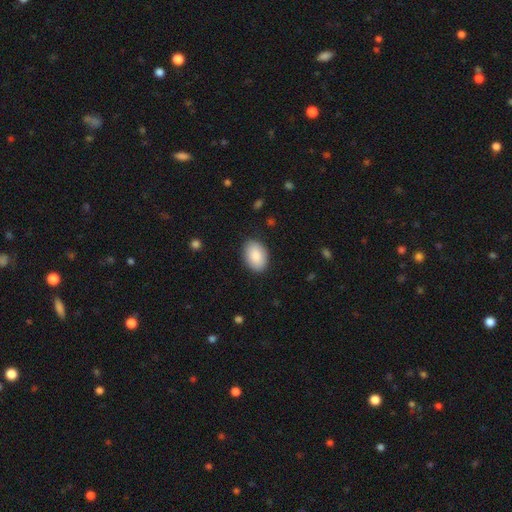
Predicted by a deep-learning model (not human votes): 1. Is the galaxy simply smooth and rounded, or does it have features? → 88% smooth, 6% featured or disk, 6% star or artifact.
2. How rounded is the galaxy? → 86% in between, 13% round, 1% cigar-shaped.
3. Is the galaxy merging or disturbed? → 86% none, 10% minor disturbance, 2% major disturbance, 1% merger.